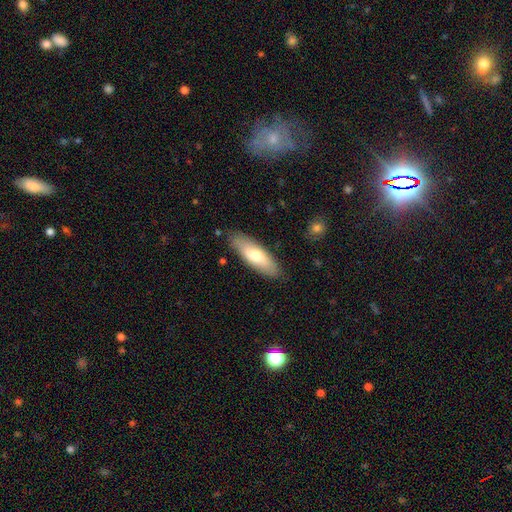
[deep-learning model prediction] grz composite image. It shows a smooth galaxy with no disk features (68%) that is in between round and cigar-shaped (56%). Merging: none (85%).